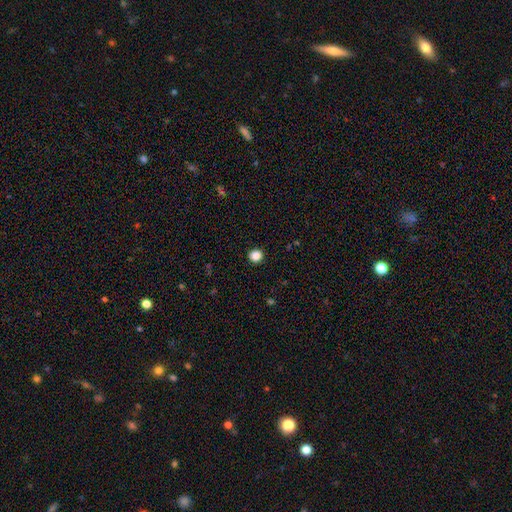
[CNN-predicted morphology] Smooth or featured?
  - smooth: 87% *
  - star or artifact: 11%
  - featured or disk: 3%
How rounded?
  - round: 91% *
  - in between: 8%
  - cigar-shaped: 1%
Merging?
  - none: 92% *
  - minor disturbance: 5%
  - major disturbance: 2%
  - merger: 1%